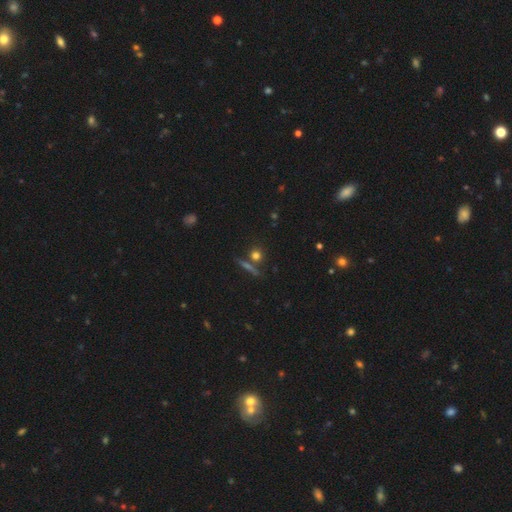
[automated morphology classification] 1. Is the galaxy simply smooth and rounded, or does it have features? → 69% smooth, 17% star or artifact, 14% featured or disk.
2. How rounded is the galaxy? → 81% round, 11% in between, 9% cigar-shaped.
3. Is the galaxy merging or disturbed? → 73% none, 15% merger, 8% minor disturbance, 3% major disturbance.